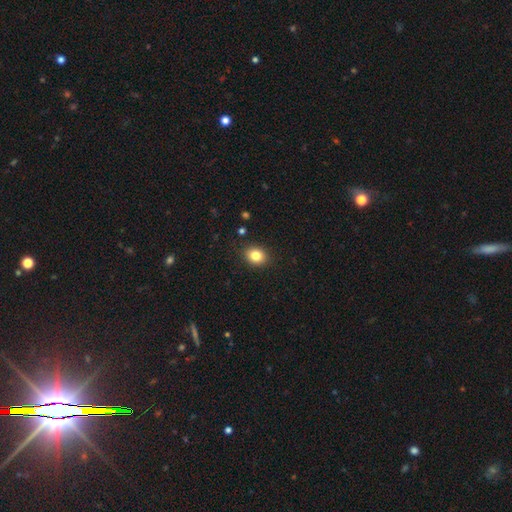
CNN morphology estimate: smooth 83%, star or artifact 11%, featured or disk 7%. Down the decision tree: how rounded — round (54%); merging — none (89%).